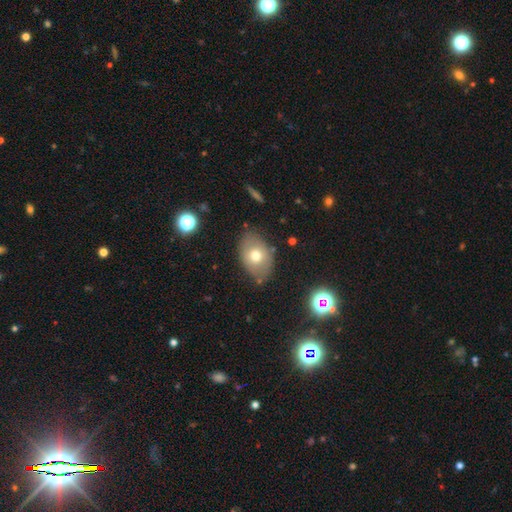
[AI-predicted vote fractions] smooth-or-featured: smooth: 68% | featured or disk: 23% | star or artifact: 9%
  how-rounded: in between: 80% | round: 19% | cigar-shaped: 1%
  merging: none: 77% | minor disturbance: 16% | major disturbance: 4% | merger: 3%